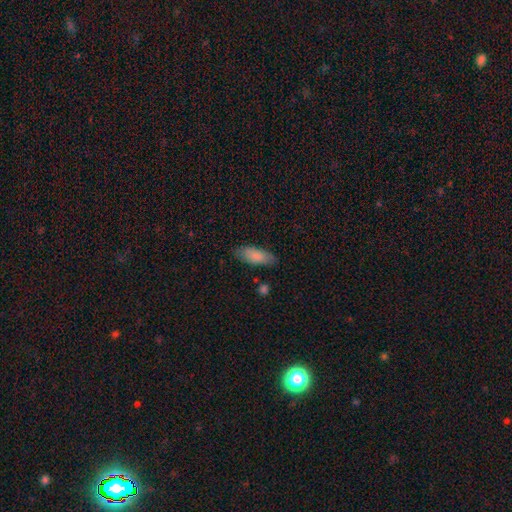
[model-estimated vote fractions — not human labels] Smooth or featured? smooth (84%)
How rounded? in between (78%)
Merging? none (81%)